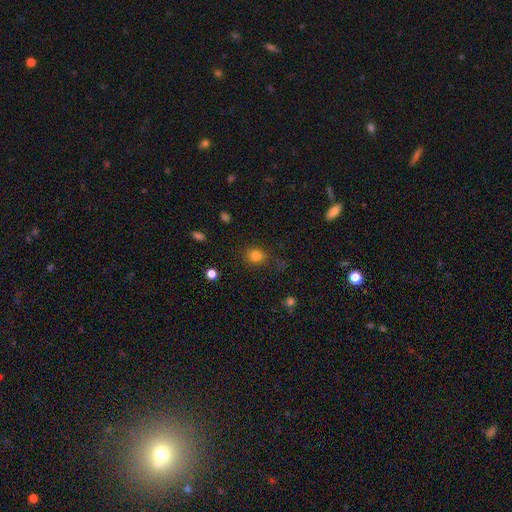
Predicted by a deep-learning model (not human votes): smooth-or-featured: smooth: 81% | star or artifact: 14% | featured or disk: 6%
  how-rounded: round: 79% | in between: 20% | cigar-shaped: 1%
  merging: none: 82% | minor disturbance: 12% | major disturbance: 4% | merger: 2%